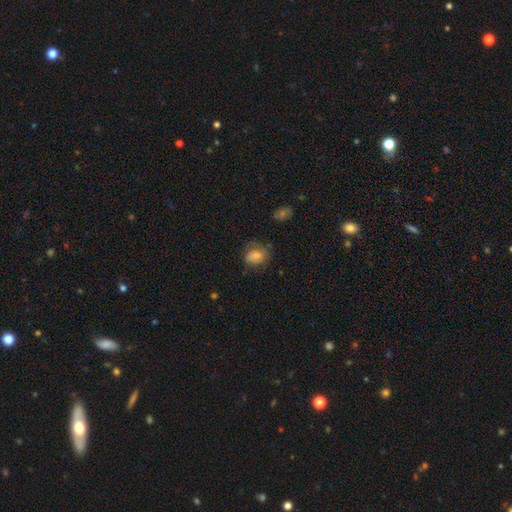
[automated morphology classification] smooth_or_featured: smooth (p=0.71) [alt: featured or disk p=0.20]
how_rounded: in between (p=0.57) [alt: round p=0.42]
merging: none (p=0.56) [alt: minor disturbance p=0.27]